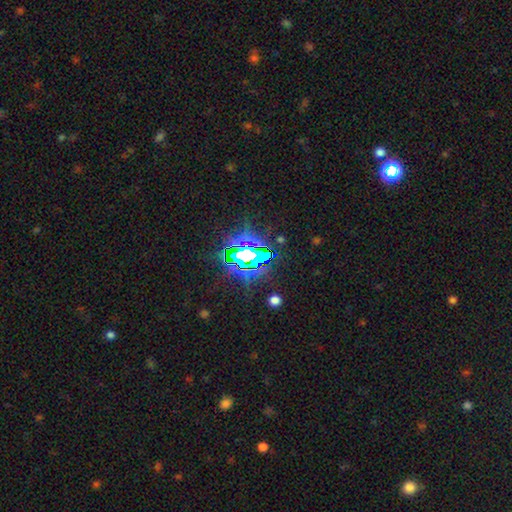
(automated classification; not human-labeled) Morphology: type=star or artifact (77%).